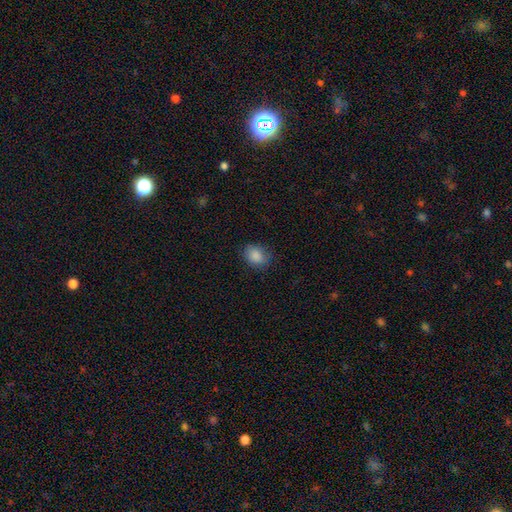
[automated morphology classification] A smooth galaxy with no disk features (87%) that is in between round and cigar-shaped (55%). Merging: none (78%).